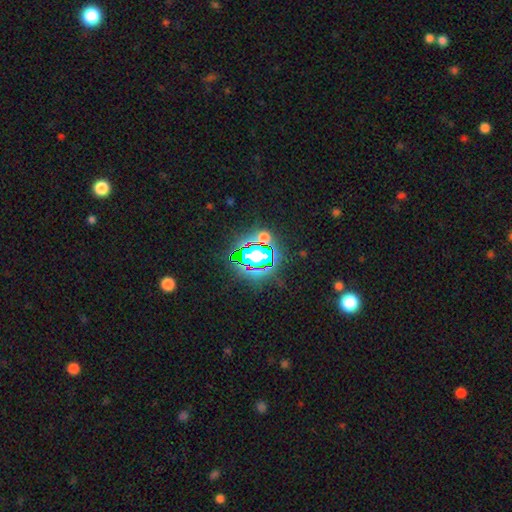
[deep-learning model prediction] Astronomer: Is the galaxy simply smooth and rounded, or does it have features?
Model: star or artifact — 68%.